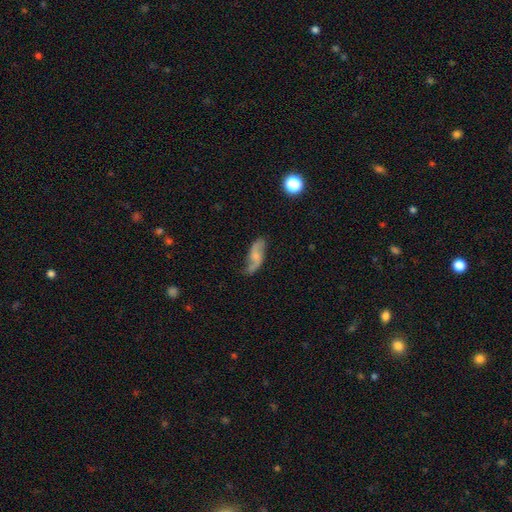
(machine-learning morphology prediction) Smooth or featured?
  - featured or disk: 68% *
  - smooth: 25%
  - star or artifact: 7%
Edge-on disk?
  - no: 92% *
  - yes: 8%
Bar?
  - no: 56% *
  - weak: 35%
  - strong: 8%
Spiral arms?
  - yes: 92% *
  - no: 8%
Spiral winding?
  - loose: 72% *
  - medium: 21%
  - tight: 7%
Spiral arm count?
  - 2: 90% *
  - can't tell: 4%
  - 1: 3%
  - 3: 1%
  - 4: 1%
  - more than 4: 1%
Bulge size?
  - small: 47% *
  - moderate: 29%
  - none: 19%
  - large: 3%
  - dominant: 1%
Merging?
  - none: 69% *
  - minor disturbance: 21%
  - major disturbance: 8%
  - merger: 3%